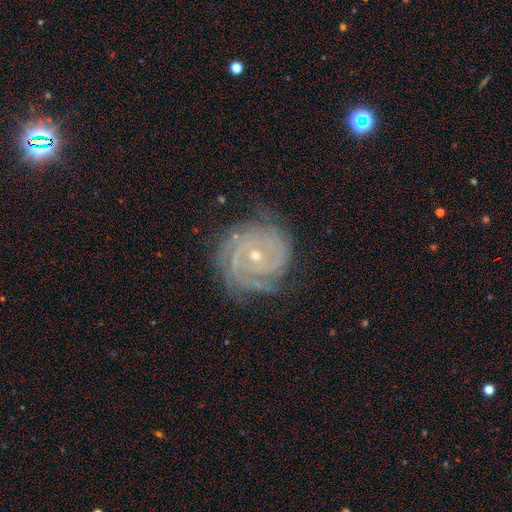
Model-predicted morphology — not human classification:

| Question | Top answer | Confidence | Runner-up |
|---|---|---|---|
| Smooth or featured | featured or disk | 88% | star or artifact (7%) |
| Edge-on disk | no | 97% | yes (3%) |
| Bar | no | 68% | weak (23%) |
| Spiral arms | yes | 98% | no (2%) |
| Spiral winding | tight | 82% | medium (15%) |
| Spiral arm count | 3 | 26% | 2 (23%) |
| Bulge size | small | 64% | moderate (33%) |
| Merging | none | 75% | minor disturbance (17%) |